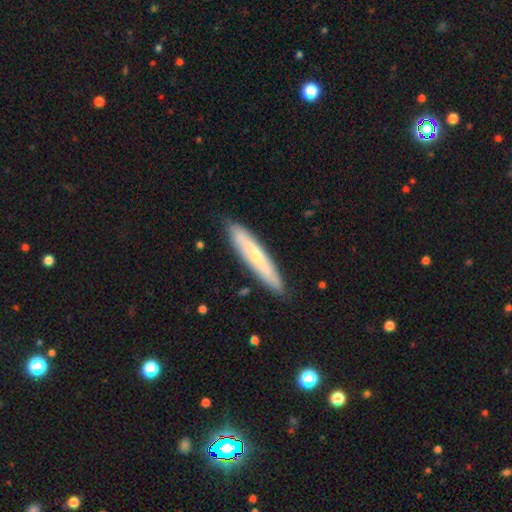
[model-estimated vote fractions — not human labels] smooth_or_featured: featured or disk (p=0.49) [alt: smooth p=0.45]
merging: none (p=0.86) [alt: minor disturbance p=0.10]